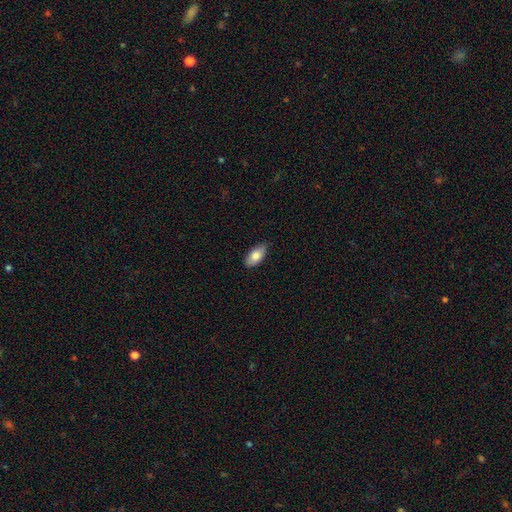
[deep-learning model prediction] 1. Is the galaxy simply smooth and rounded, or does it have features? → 80% smooth, 14% featured or disk, 6% star or artifact.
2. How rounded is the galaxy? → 92% in between, 5% cigar-shaped, 3% round.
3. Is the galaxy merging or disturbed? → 83% none, 14% minor disturbance, 2% major disturbance, 1% merger.